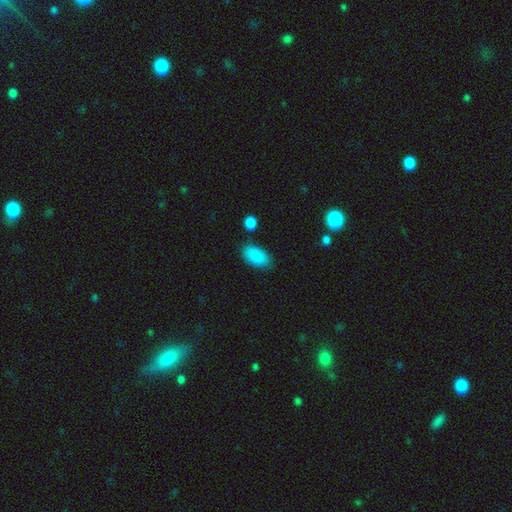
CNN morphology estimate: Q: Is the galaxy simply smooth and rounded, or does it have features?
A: smooth — 89%.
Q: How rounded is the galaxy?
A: in between — 93%.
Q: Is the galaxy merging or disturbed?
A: none — 78%.